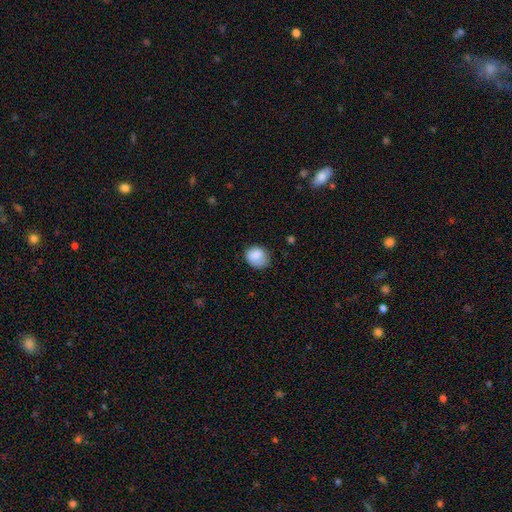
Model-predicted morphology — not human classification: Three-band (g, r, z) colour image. It shows a smooth galaxy with no disk features (84%) that is round (60%). Merging: none (64%).